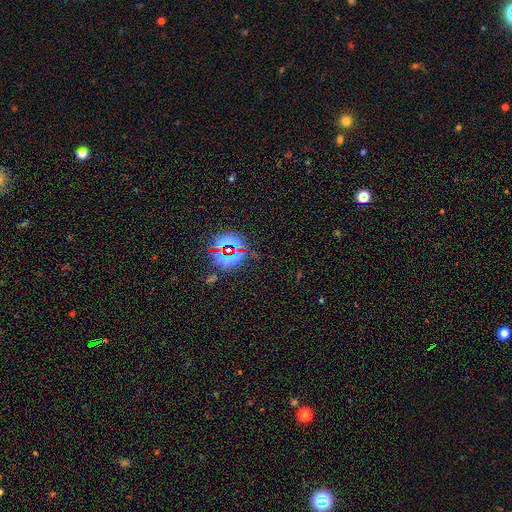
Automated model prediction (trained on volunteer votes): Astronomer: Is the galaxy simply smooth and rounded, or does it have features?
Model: star or artifact — 77%.